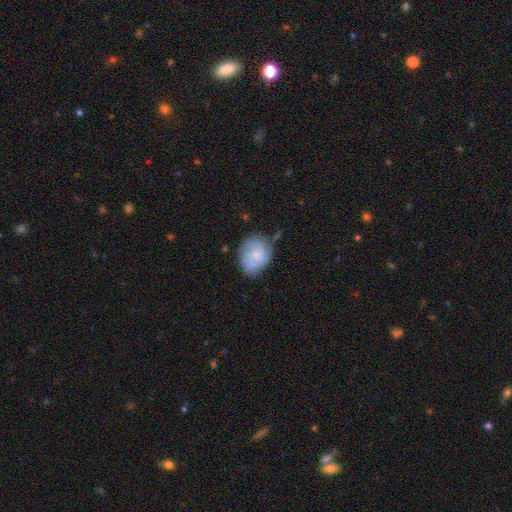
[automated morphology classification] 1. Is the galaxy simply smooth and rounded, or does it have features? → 54% smooth, 39% featured or disk, 7% star or artifact.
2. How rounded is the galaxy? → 52% in between, 47% round, 1% cigar-shaped.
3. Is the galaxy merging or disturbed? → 55% none, 30% minor disturbance, 9% major disturbance, 6% merger.